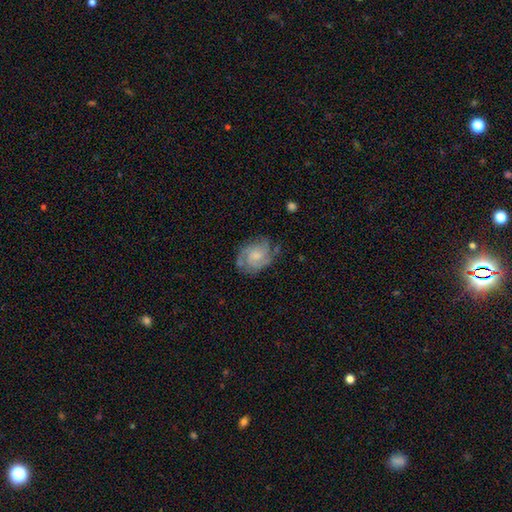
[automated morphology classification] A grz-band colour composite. It shows a featured or disk galaxy (74%) with no bar (65%), 3 (29%) tight (50%) spiral arms (93%) and a small central bulge (44%). Merging: none (68%).